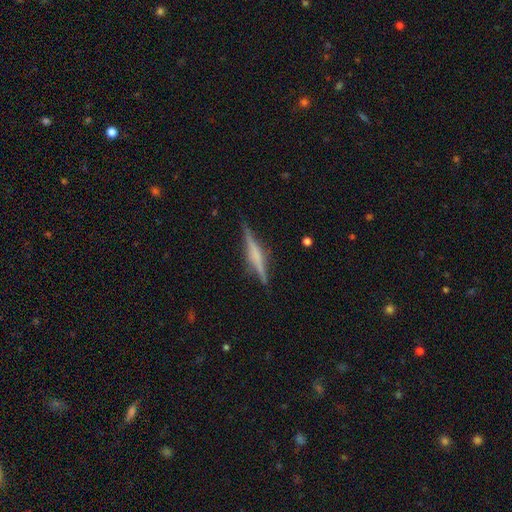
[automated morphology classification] Smooth or featured: featured or disk — 69% (smooth — 24%)
Edge-on disk: yes — 98% (no — 2%)
Edge-on bulge: rounded — 49% (boxy — 28%)
Merging: none — 87% (minor disturbance — 9%)